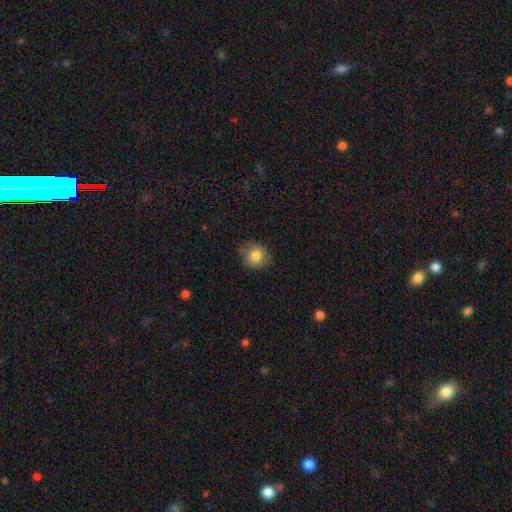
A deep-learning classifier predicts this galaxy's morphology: This appears to be a smooth galaxy with no disk features (81%) that is round (76%). Merging: none (75%).